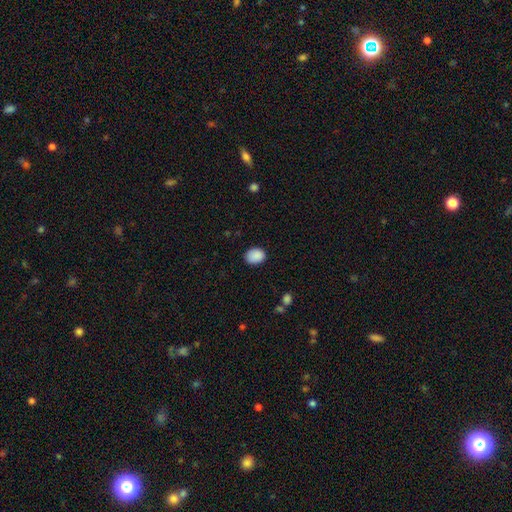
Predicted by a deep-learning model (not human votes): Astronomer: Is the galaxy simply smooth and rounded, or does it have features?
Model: smooth — 89%.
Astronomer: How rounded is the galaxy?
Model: in between — 62% (runner-up: round, 37%).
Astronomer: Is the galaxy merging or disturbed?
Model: none — 85%.